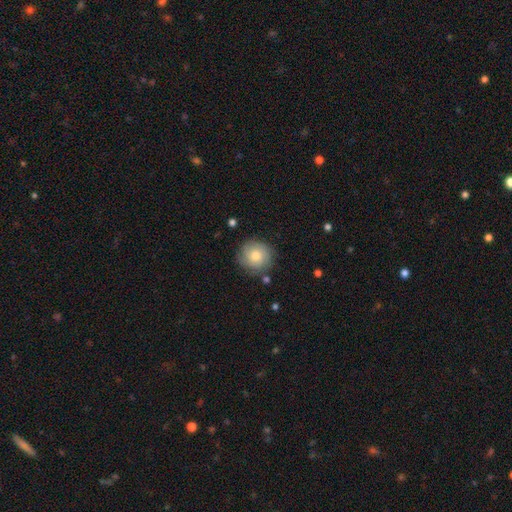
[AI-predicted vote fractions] Smooth or featured: smooth — 62% (featured or disk — 30%)
How rounded: round — 92% (in between — 7%)
Merging: none — 80% (minor disturbance — 14%)